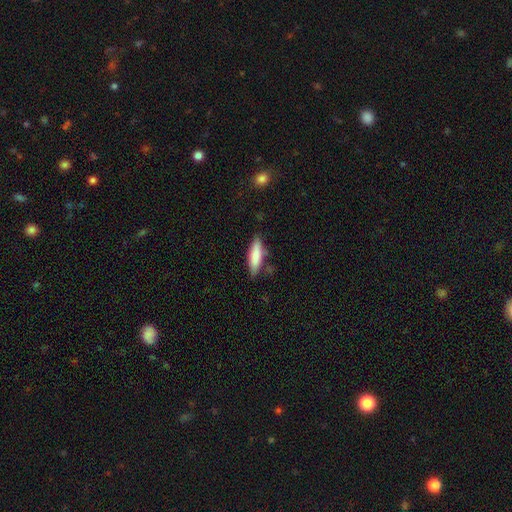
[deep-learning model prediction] Overall: smooth (82%). How rounded: cigar-shaped (54%; in between 44%). Merging: none (76%).